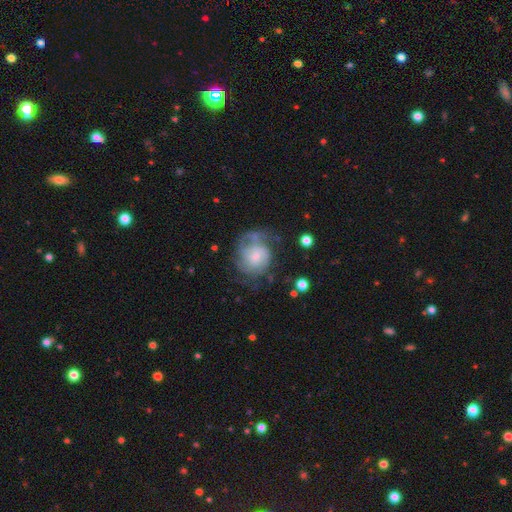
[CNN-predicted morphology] smooth_or_featured: featured or disk (p=0.68) [alt: smooth p=0.25]
disk_edge_on: no (p=0.98) [alt: yes p=0.02]
bar: no (p=0.64) [alt: weak p=0.31]
has_spiral_arms: yes (p=0.83) [alt: no p=0.17]
spiral_winding: tight (p=0.42) [alt: medium p=0.38]
spiral_arm_count: can't tell (p=0.41) [alt: 2 p=0.26]
bulge_size: small (p=0.60) [alt: moderate p=0.28]
merging: none (p=0.46) [alt: major disturbance p=0.27]